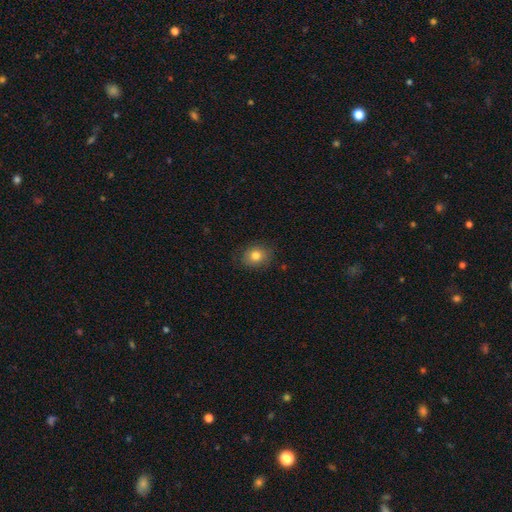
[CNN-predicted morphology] Smooth or featured?
  - smooth: 80% *
  - featured or disk: 10%
  - star or artifact: 10%
How rounded?
  - round: 56% *
  - in between: 43%
  - cigar-shaped: 1%
Merging?
  - none: 82% *
  - minor disturbance: 13%
  - major disturbance: 3%
  - merger: 1%